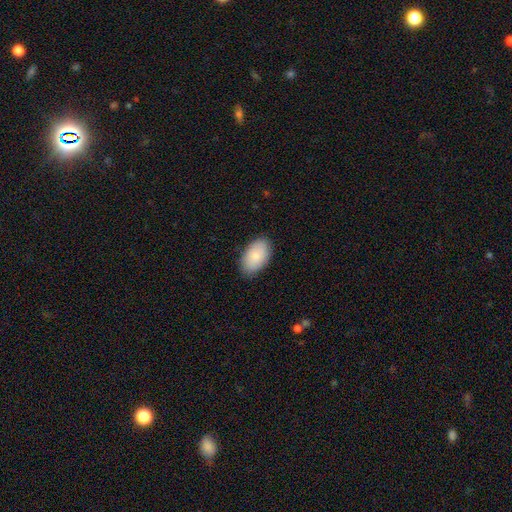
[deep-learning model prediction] Q: Smooth or featured?
A: smooth (85%); runner-up: featured or disk (9%)
Q: How rounded?
A: in between (94%); runner-up: round (5%)
Q: Merging?
A: none (85%); runner-up: minor disturbance (12%)